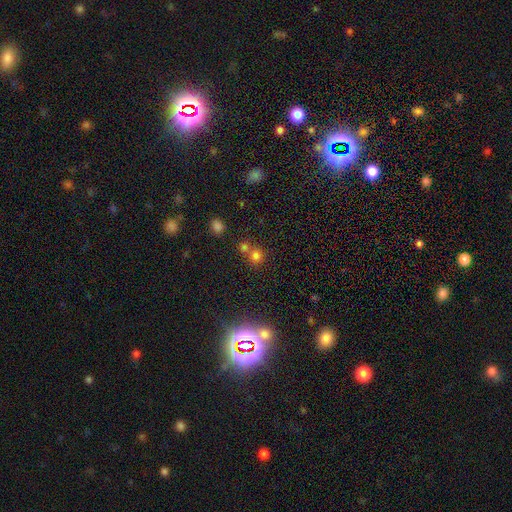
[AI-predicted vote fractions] smooth_or_featured: smooth (p=0.69) [alt: star or artifact p=0.22]
how_rounded: round (p=0.86) [alt: in between p=0.13]
merging: none (p=0.50) [alt: merger p=0.40]